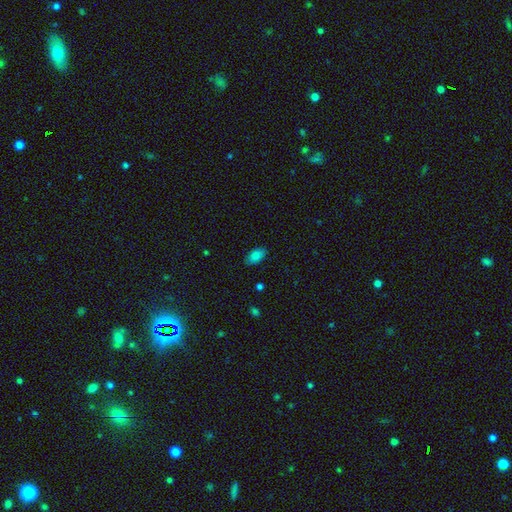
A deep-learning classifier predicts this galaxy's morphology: This appears to be a smooth galaxy with no disk features (82%) that is in between round and cigar-shaped (93%). Merging: none (86%).